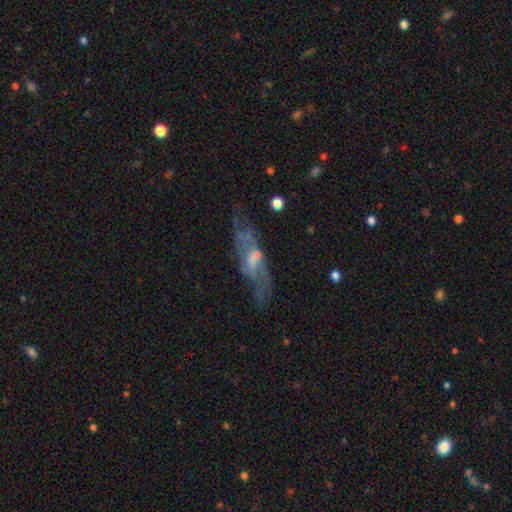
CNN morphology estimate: type=featured or disk (67%); edge-on=no (71%); merging=none (59%).